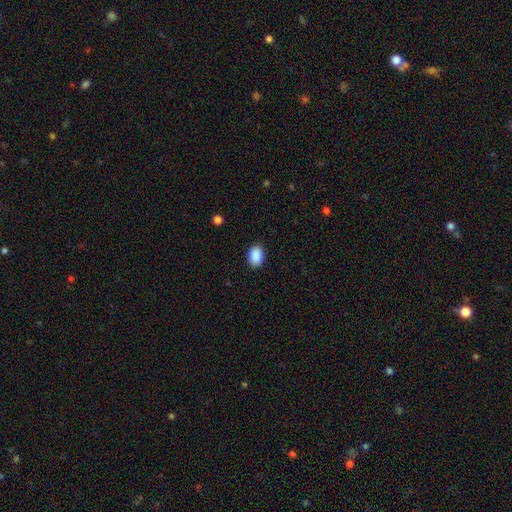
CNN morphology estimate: A smooth galaxy with no disk features (90%) that is in between round and cigar-shaped (84%). Merging: none (89%).